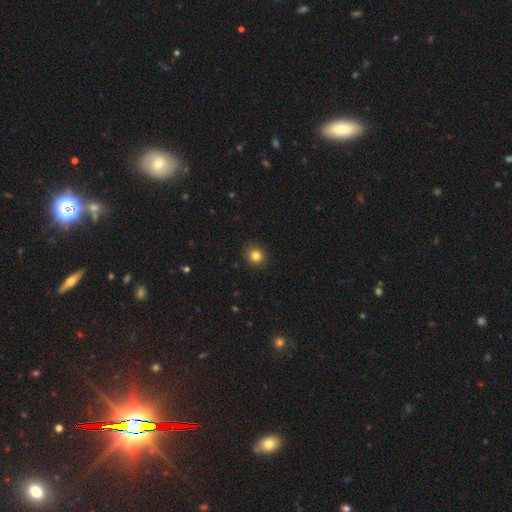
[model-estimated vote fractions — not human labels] Smooth or featured? smooth (83%)
How rounded? round (80%)
Merging? none (91%)